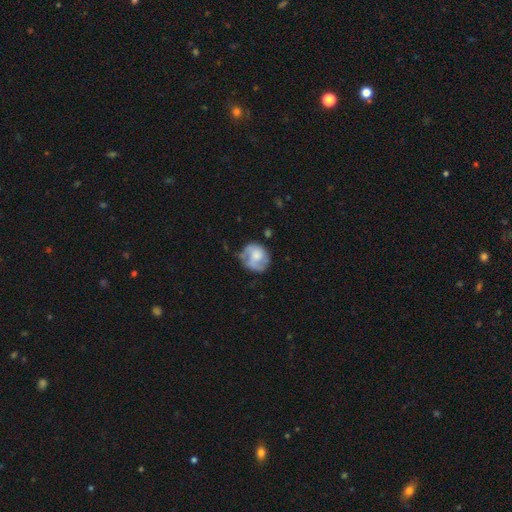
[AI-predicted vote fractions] smooth-or-featured: smooth: 50% | featured or disk: 43% | star or artifact: 7%
  merging: none: 53% | minor disturbance: 29% | major disturbance: 15% | merger: 3%